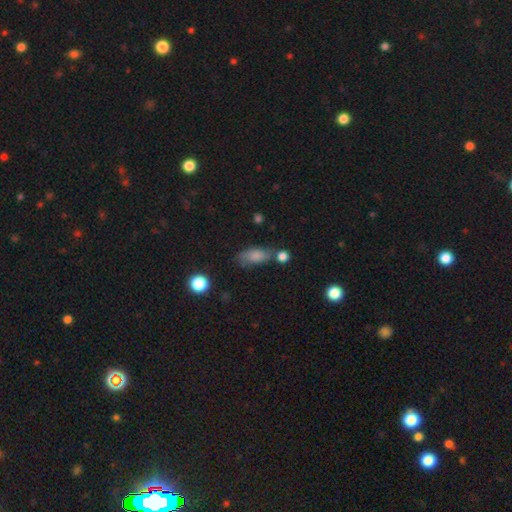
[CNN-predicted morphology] smooth 75%, featured or disk 16%, star or artifact 9%. Down the decision tree: how rounded — in between (79%); merging — none (55%).